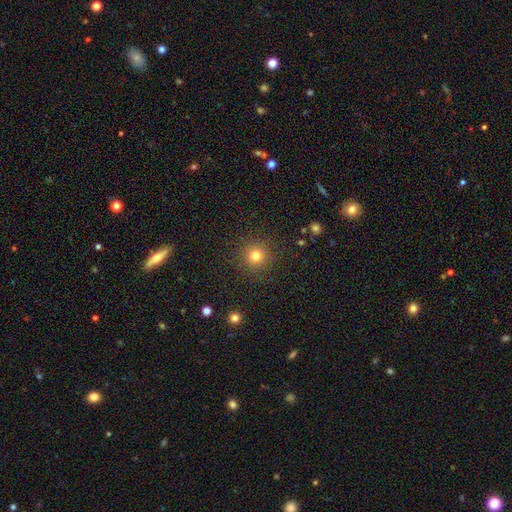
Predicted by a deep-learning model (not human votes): smooth-or-featured: smooth: 79% | star or artifact: 15% | featured or disk: 7%
  how-rounded: round: 95% | in between: 4% | cigar-shaped: 1%
  merging: none: 90% | minor disturbance: 6% | major disturbance: 3% | merger: 1%